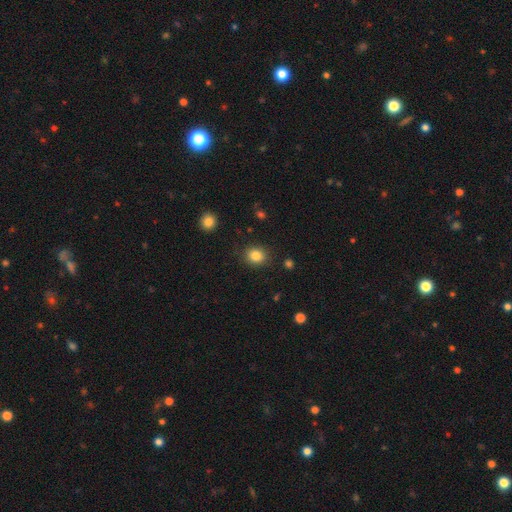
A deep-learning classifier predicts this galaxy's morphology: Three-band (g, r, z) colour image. It shows a smooth galaxy with no disk features (85%) that is round (71%). Merging: none (87%).